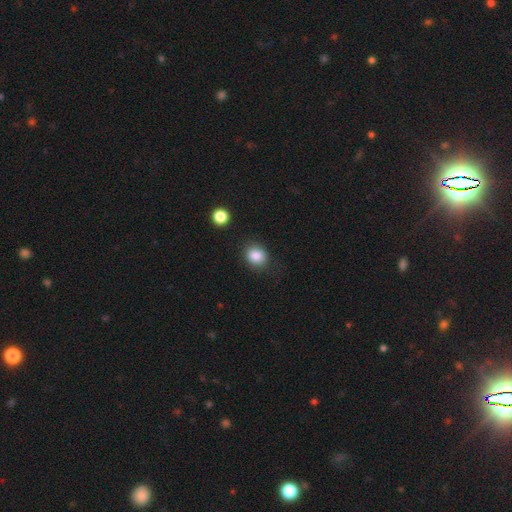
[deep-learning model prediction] A smooth galaxy with no disk features (85%) that is round (69%). Merging: none (82%).